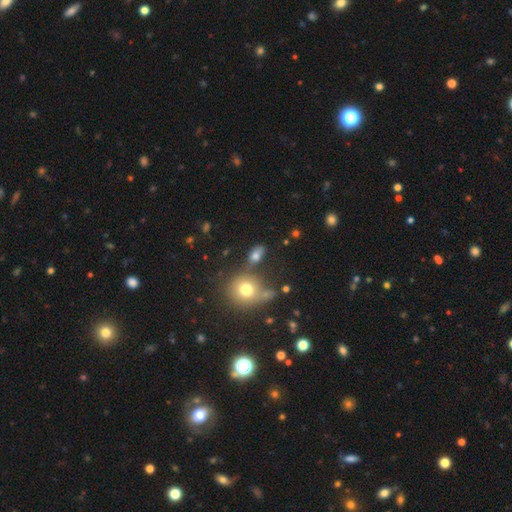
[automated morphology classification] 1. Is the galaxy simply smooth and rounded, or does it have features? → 71% smooth, 15% featured or disk, 14% star or artifact.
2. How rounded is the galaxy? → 75% in between, 19% round, 7% cigar-shaped.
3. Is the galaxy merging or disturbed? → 59% none, 17% merger, 17% minor disturbance, 8% major disturbance.